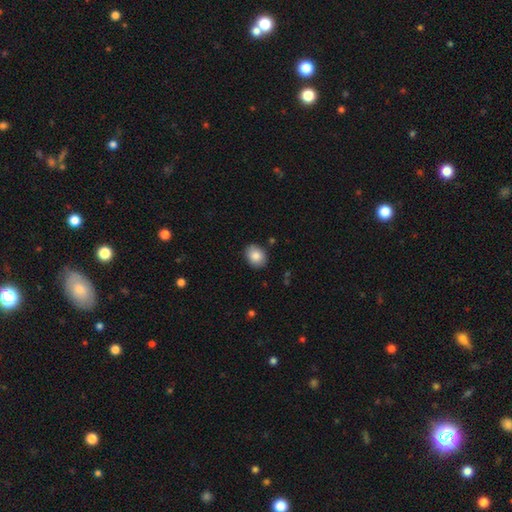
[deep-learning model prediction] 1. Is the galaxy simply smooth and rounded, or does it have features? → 85% smooth, 8% star or artifact, 7% featured or disk.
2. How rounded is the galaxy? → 54% in between, 45% round, 1% cigar-shaped.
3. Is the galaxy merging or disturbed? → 88% none, 9% minor disturbance, 2% major disturbance, 1% merger.